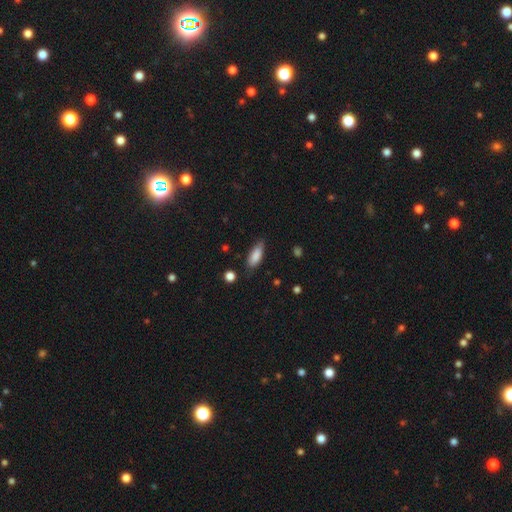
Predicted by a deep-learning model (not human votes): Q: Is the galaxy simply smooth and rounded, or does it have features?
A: smooth — 84%.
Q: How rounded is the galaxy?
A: in between — 75%.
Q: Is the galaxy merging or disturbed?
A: none — 69%.